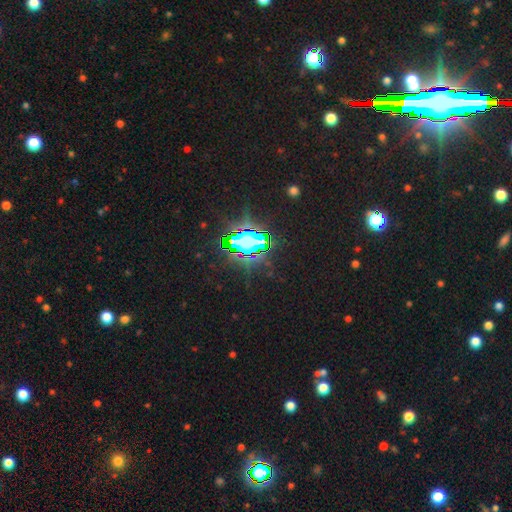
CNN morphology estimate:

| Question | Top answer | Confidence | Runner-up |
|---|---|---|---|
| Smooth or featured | star or artifact | 78% | smooth (13%) |